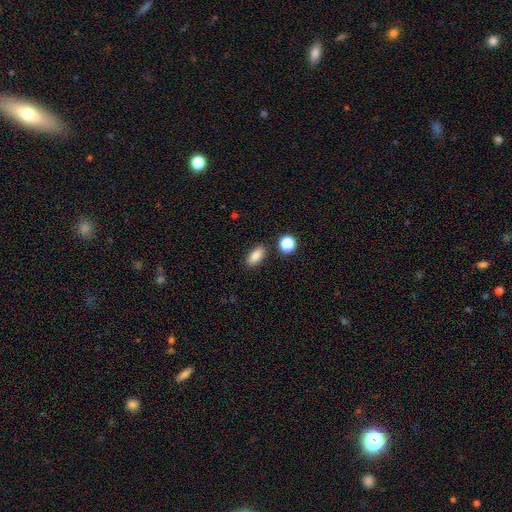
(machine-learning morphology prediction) Overall: smooth (85%). How rounded: in between (84%). Merging: none (86%).